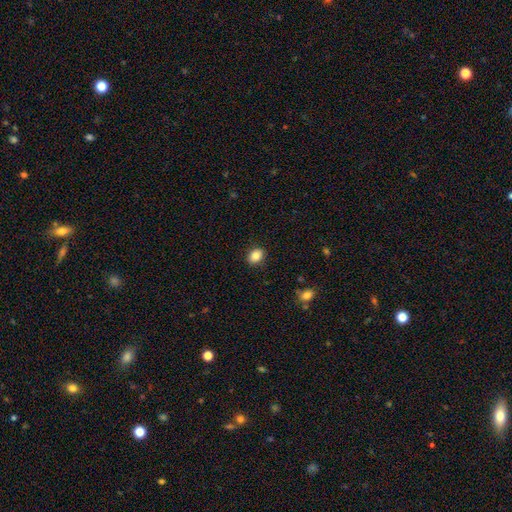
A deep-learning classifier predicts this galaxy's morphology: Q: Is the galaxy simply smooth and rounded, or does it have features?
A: smooth — 85%.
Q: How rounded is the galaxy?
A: in between — 56%.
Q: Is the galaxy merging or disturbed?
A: none — 89%.